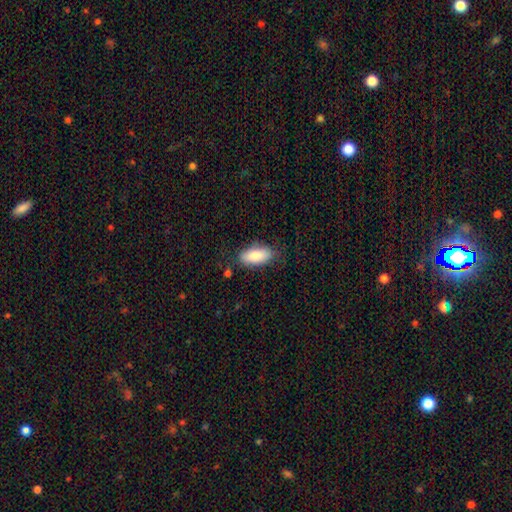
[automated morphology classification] Smooth or featured: smooth — 85% (featured or disk — 9%)
How rounded: in between — 85% (cigar-shaped — 13%)
Merging: none — 76% (minor disturbance — 17%)